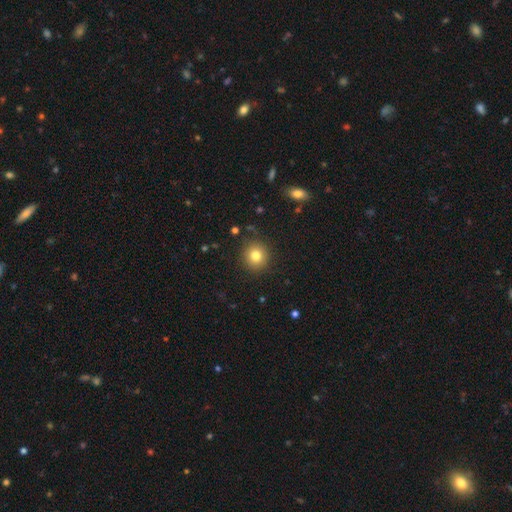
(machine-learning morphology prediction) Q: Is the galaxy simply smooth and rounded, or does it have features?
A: smooth — 80%.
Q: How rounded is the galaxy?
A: round — 91%.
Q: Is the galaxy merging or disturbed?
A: none — 89%.